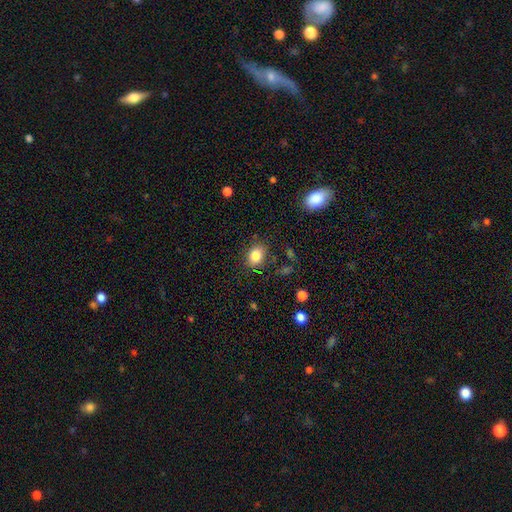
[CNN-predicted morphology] Smooth or featured: smooth — 84% (star or artifact — 10%)
How rounded: in between — 65% (round — 34%)
Merging: none — 82% (minor disturbance — 13%)